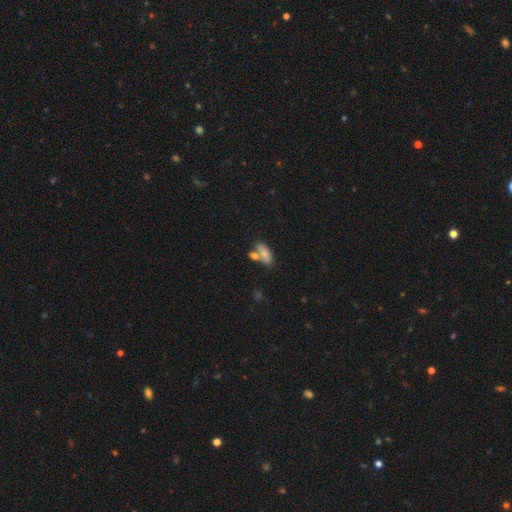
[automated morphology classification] smooth 76%, featured or disk 15%, star or artifact 9%. Down the decision tree: how rounded — in between (84%); merging — none (49%).